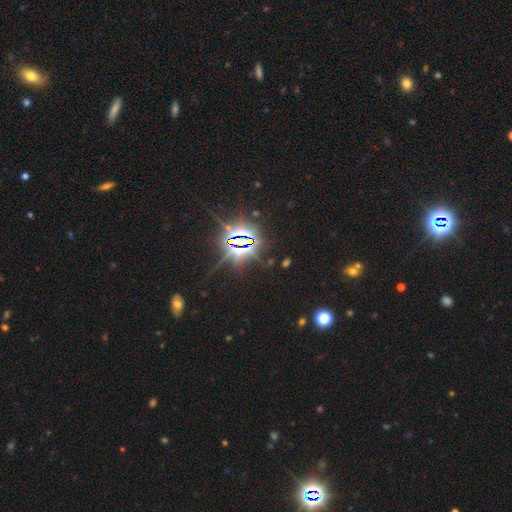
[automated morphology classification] A star or artifact, not a galaxy (85%).

Vote fractions:
- Smooth or featured? star or artifact: 85% / smooth: 8% / featured or disk: 7%